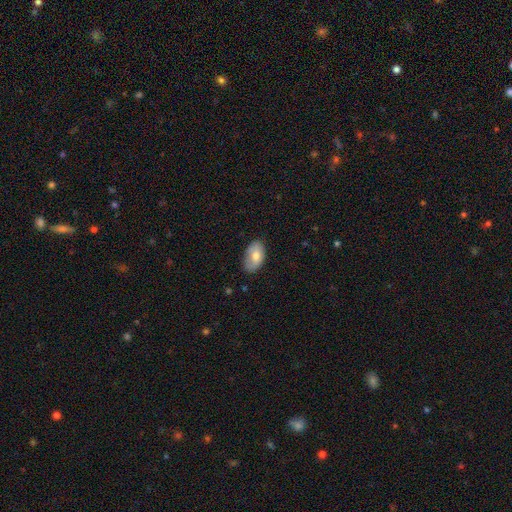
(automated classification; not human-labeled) Smooth or featured: smooth — 72% (featured or disk — 22%)
How rounded: in between — 94% (round — 5%)
Merging: none — 74% (minor disturbance — 21%)